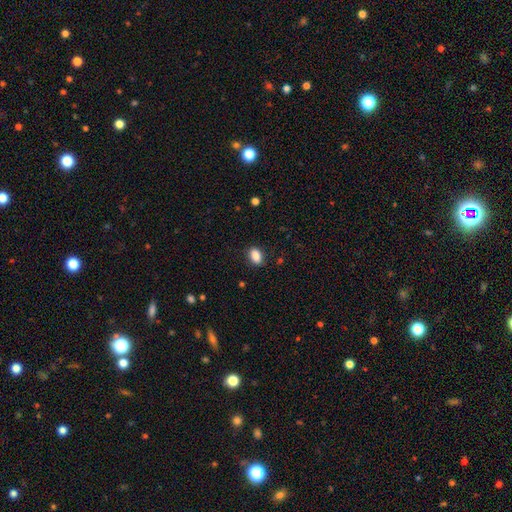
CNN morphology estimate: This appears to be a smooth galaxy with no disk features (88%) that is in between round and cigar-shaped (87%). Merging: none (87%).